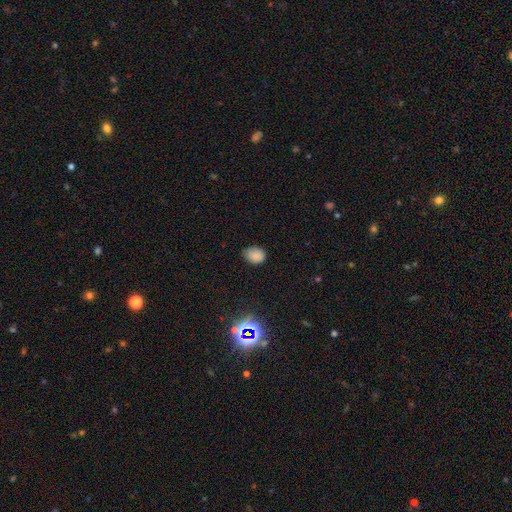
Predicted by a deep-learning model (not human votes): A smooth galaxy with no disk features (81%) that is in between round and cigar-shaped (62%).

Vote fractions:
- Smooth or featured? smooth: 81% / star or artifact: 14% / featured or disk: 5%
- How rounded? in between: 62% / round: 37% / cigar-shaped: 1%
- Merging? none: 71% / minor disturbance: 23% / major disturbance: 4% / merger: 1%